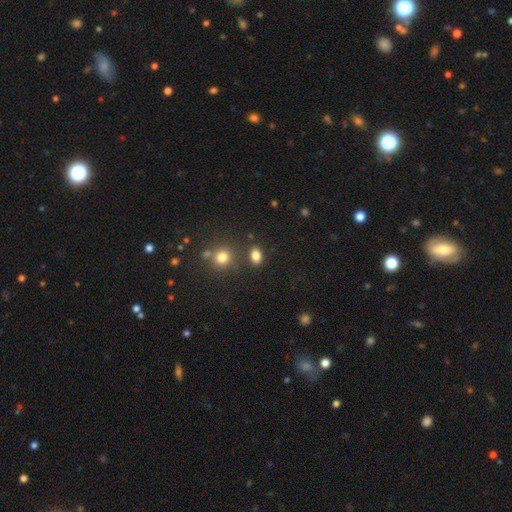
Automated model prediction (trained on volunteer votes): A smooth galaxy with no disk features (82%) that is in between round and cigar-shaped (75%).

Vote fractions:
- Smooth or featured? smooth: 82% / star or artifact: 12% / featured or disk: 5%
- How rounded? in between: 75% / round: 24% / cigar-shaped: 2%
- Merging? none: 77% / minor disturbance: 11% / merger: 9% / major disturbance: 4%